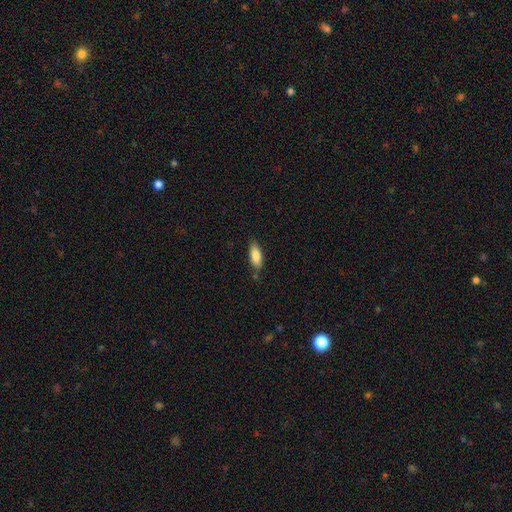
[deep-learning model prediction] Smooth or featured: smooth — 85% (featured or disk — 9%)
How rounded: in between — 76% (cigar-shaped — 22%)
Merging: none — 77% (minor disturbance — 16%)